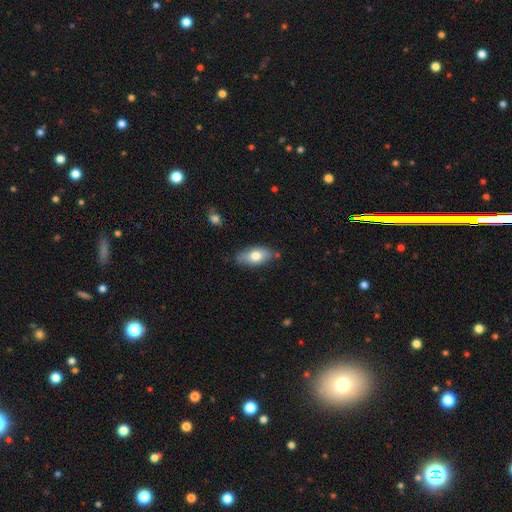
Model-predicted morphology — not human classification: A smooth galaxy with no disk features (73%) that is in between round and cigar-shaped (88%).

Vote fractions:
- Smooth or featured? smooth: 73% / featured or disk: 21% / star or artifact: 7%
- How rounded? in between: 88% / cigar-shaped: 8% / round: 4%
- Merging? none: 76% / minor disturbance: 18% / merger: 3% / major disturbance: 3%